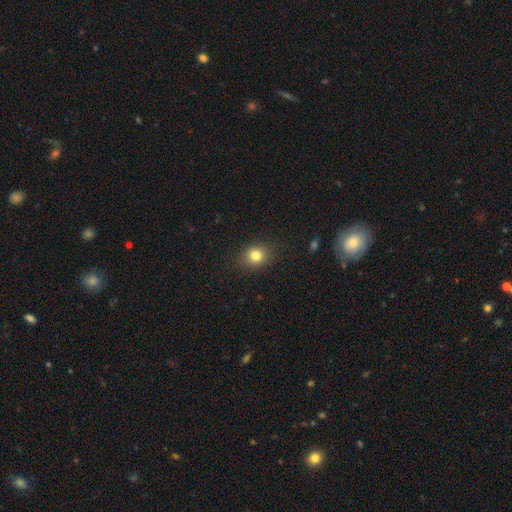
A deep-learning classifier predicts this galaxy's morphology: Q: Smooth or featured?
A: smooth (80%); runner-up: star or artifact (12%)
Q: How rounded?
A: round (70%); runner-up: in between (29%)
Q: Merging?
A: none (87%); runner-up: minor disturbance (9%)